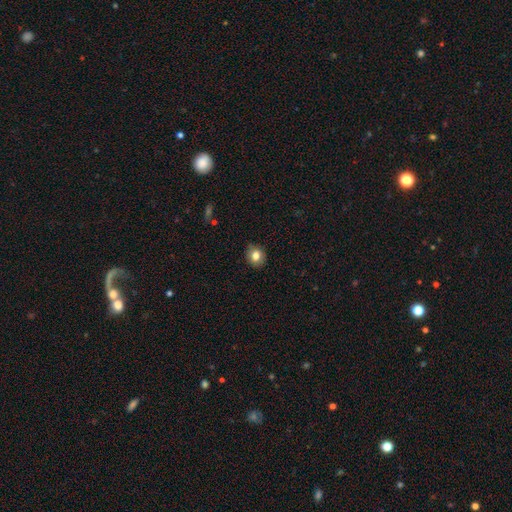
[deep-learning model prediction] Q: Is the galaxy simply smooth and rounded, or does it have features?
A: smooth — 80%.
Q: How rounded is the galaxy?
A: round — 76%.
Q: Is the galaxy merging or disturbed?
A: none — 86%.